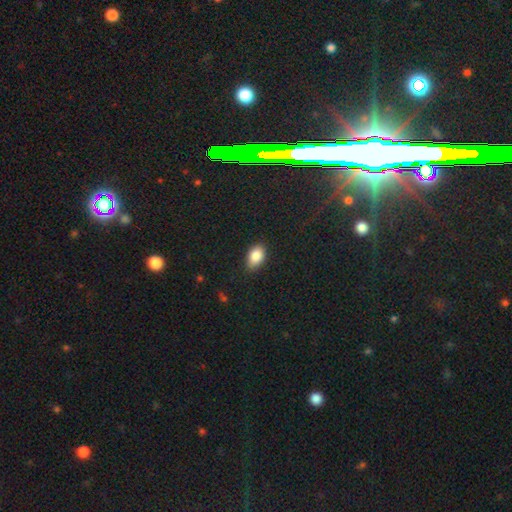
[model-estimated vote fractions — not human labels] Morphology: type=smooth (86%); roundness=in between (90%); merging=none (83%).